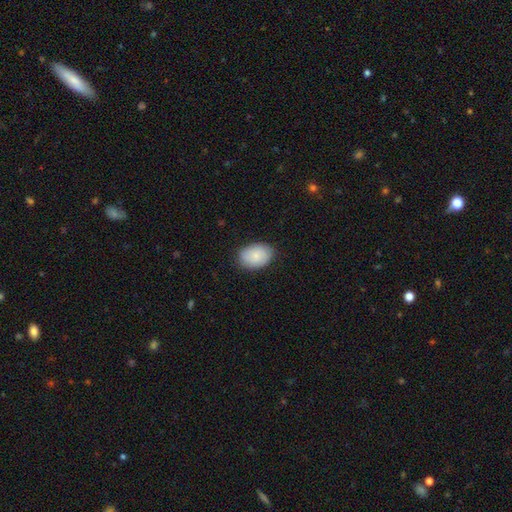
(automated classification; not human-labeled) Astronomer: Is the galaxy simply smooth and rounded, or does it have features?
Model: smooth — 82%.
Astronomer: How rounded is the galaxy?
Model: in between — 82%.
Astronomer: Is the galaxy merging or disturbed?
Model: none — 84%.